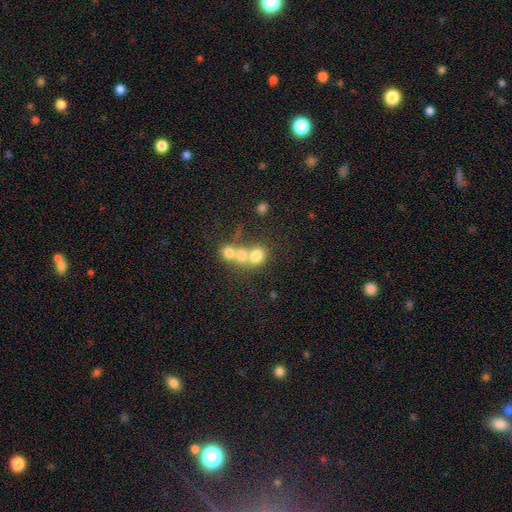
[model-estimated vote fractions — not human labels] A smooth galaxy with no disk features (68%) that is round (57%). Merging: merger (63%).